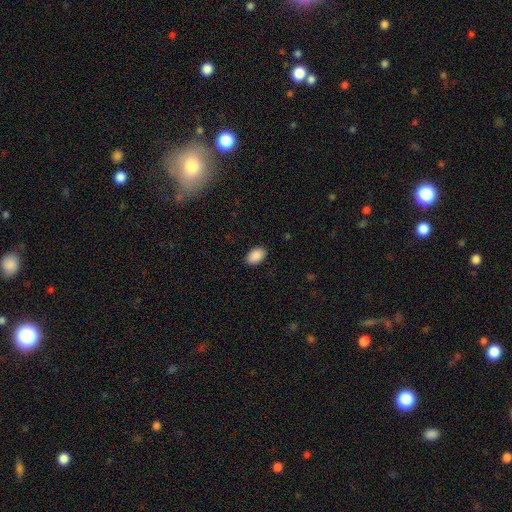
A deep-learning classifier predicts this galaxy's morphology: Smooth or featured? Predicted: smooth (p=0.90). How rounded? Predicted: in between (p=0.89). Merging? Predicted: none (p=0.89).